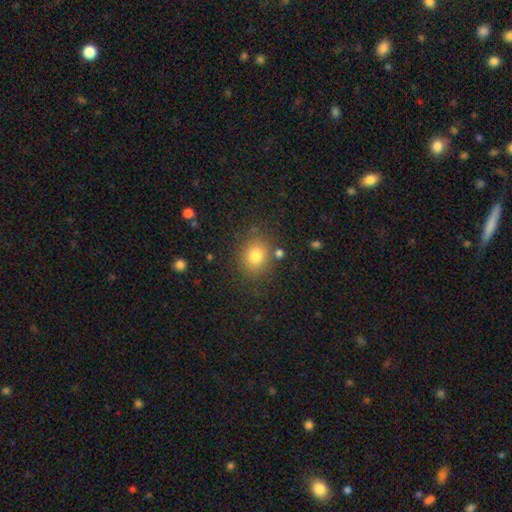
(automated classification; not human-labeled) Smooth or featured?
  - smooth: 79% *
  - star or artifact: 12%
  - featured or disk: 9%
How rounded?
  - round: 64% *
  - in between: 35%
  - cigar-shaped: 1%
Merging?
  - none: 81% *
  - minor disturbance: 11%
  - merger: 4%
  - major disturbance: 4%